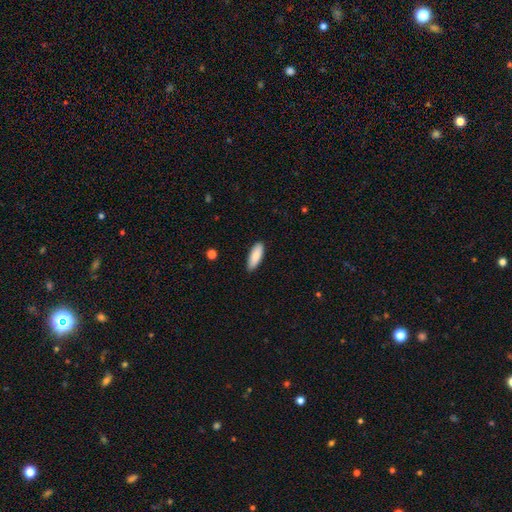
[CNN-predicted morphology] Q: Smooth or featured?
A: smooth (86%); runner-up: featured or disk (8%)
Q: How rounded?
A: in between (65%); runner-up: cigar-shaped (33%)
Q: Merging?
A: none (87%); runner-up: minor disturbance (10%)